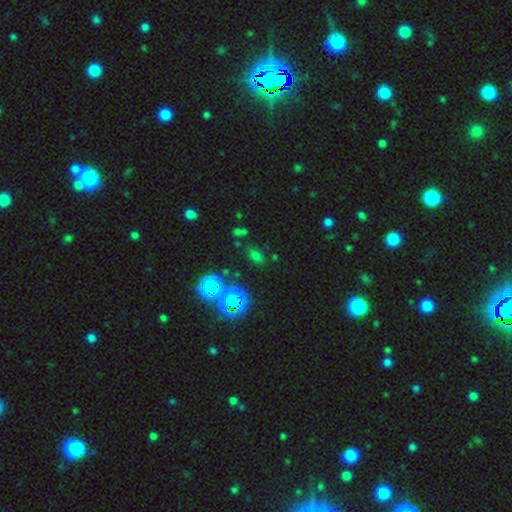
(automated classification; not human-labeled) smooth 57%, star or artifact 34%, featured or disk 9%. Down the decision tree: how rounded — in between (62%); merging — none (75%).